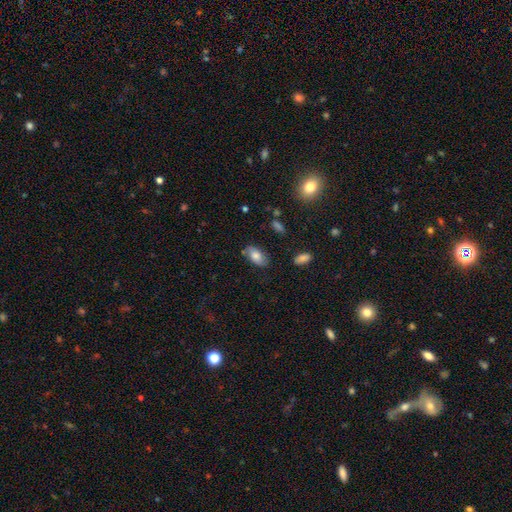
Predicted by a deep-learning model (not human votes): A smooth galaxy with no disk features (77%) that is in between round and cigar-shaped (93%).

Vote fractions:
- Smooth or featured? smooth: 77% / featured or disk: 15% / star or artifact: 7%
- How rounded? in between: 93% / round: 4% / cigar-shaped: 3%
- Merging? none: 76% / minor disturbance: 18% / major disturbance: 4% / merger: 3%